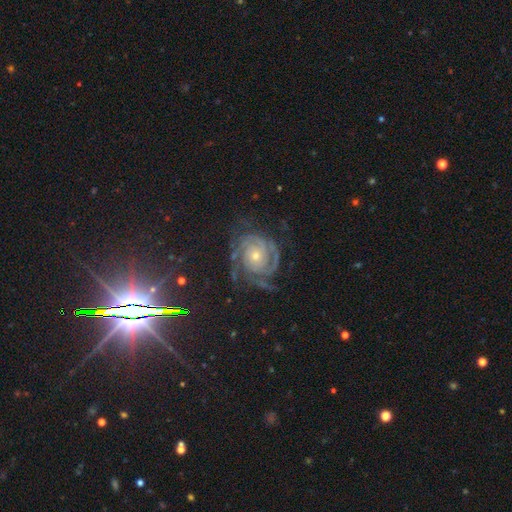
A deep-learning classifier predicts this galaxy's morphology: This appears to be a featured or disk galaxy (85%) with no bar (80%), 3 (28%, tied with 2) tight (73%) spiral arms (98%) and a small central bulge (65%). Merging: none (70%).